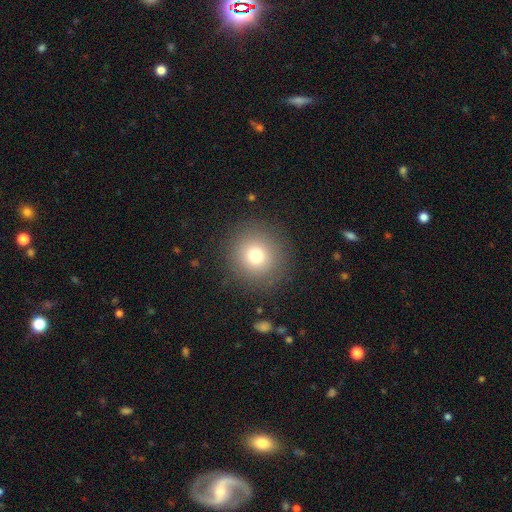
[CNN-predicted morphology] A smooth galaxy with no disk features (75%) that is round (95%).

Vote fractions:
- Smooth or featured? smooth: 75% / star or artifact: 14% / featured or disk: 11%
- How rounded? round: 95% / in between: 4% / cigar-shaped: 1%
- Merging? none: 88% / minor disturbance: 7% / major disturbance: 4% / merger: 1%